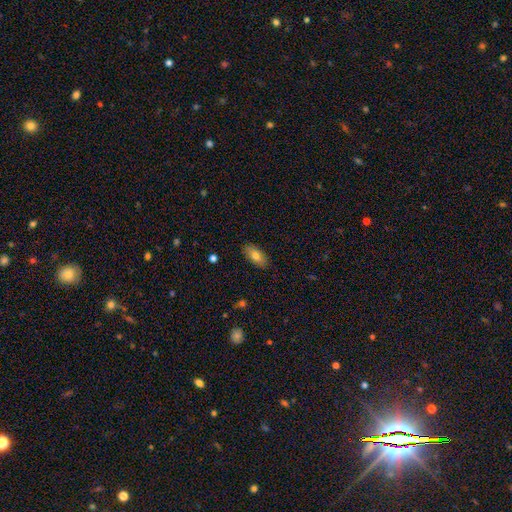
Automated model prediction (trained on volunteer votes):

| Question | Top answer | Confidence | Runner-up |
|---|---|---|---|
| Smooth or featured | smooth | 77% | featured or disk (16%) |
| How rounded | in between | 88% | cigar-shaped (9%) |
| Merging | none | 88% | minor disturbance (9%) |